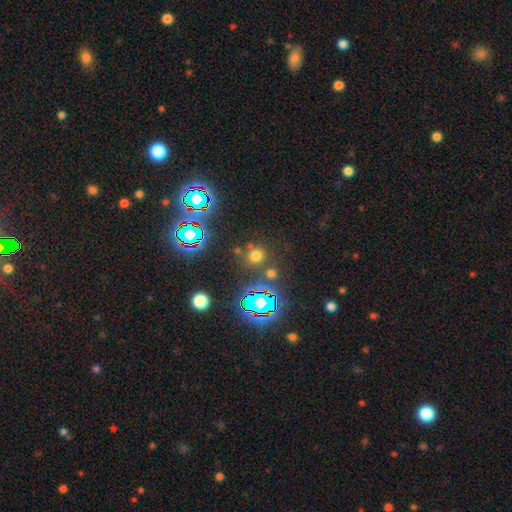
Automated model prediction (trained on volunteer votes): Smooth or featured?
  - smooth: 60% *
  - star or artifact: 32%
  - featured or disk: 7%
How rounded?
  - round: 90% *
  - in between: 9%
  - cigar-shaped: 1%
Merging?
  - none: 78% *
  - merger: 9%
  - minor disturbance: 9%
  - major disturbance: 4%